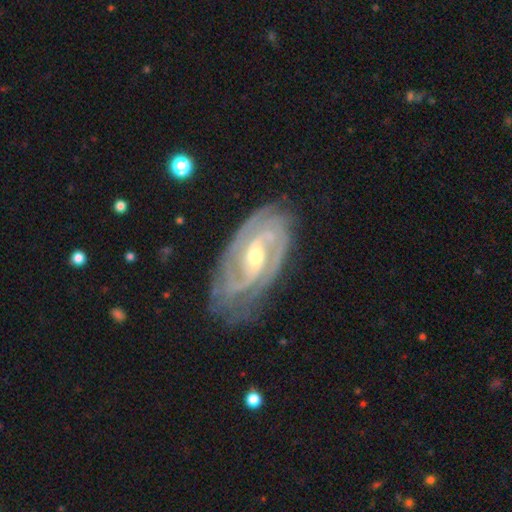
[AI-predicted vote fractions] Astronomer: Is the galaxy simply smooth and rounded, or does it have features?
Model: featured or disk — 91%.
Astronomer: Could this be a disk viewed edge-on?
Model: no — 95%.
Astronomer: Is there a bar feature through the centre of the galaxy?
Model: weak — 42% (runner-up: no, 29%).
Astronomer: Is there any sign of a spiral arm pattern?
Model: yes — 98%.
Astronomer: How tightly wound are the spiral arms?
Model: tight — 60%.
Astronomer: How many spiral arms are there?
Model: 2 — 62%.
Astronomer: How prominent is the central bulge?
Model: moderate — 53% (runner-up: small, 44%).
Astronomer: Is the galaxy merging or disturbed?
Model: none — 77%.